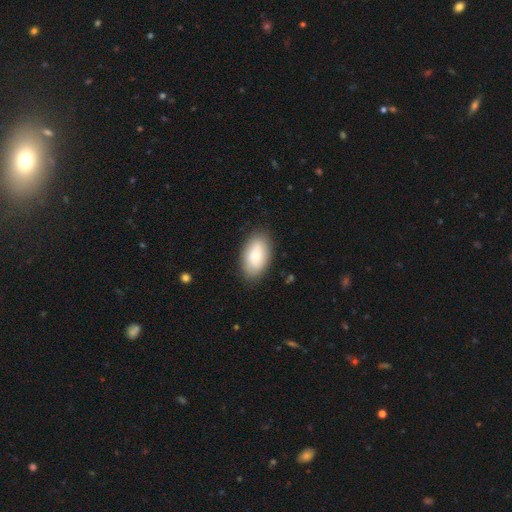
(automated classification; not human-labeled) smooth_or_featured: smooth (p=0.78) [alt: featured or disk p=0.16]
how_rounded: in between (p=0.94) [alt: round p=0.04]
merging: none (p=0.83) [alt: minor disturbance p=0.12]